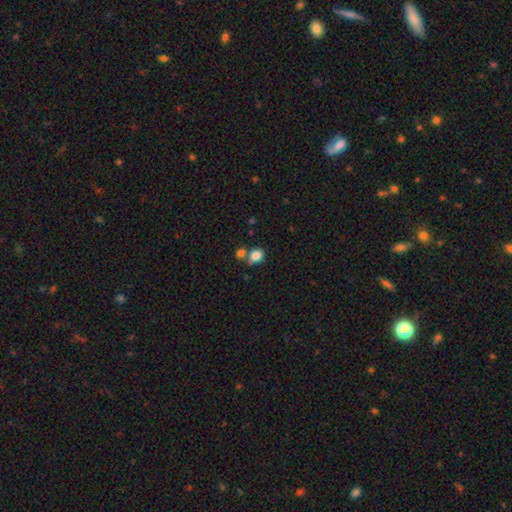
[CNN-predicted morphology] A smooth galaxy with no disk features (84%) that is round (59%).

Vote fractions:
- Smooth or featured? smooth: 84% / star or artifact: 10% / featured or disk: 6%
- How rounded? round: 59% / in between: 40% / cigar-shaped: 1%
- Merging? none: 53% / merger: 31% / minor disturbance: 12% / major disturbance: 4%